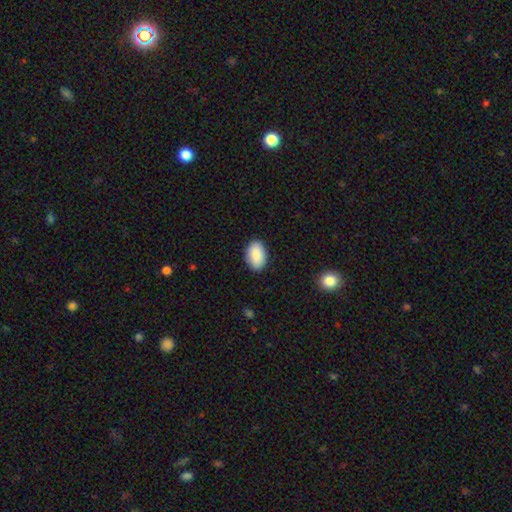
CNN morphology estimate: smooth_or_featured: smooth (p=0.88) [alt: star or artifact p=0.06]
how_rounded: in between (p=0.91) [alt: round p=0.07]
merging: none (p=0.89) [alt: minor disturbance p=0.08]